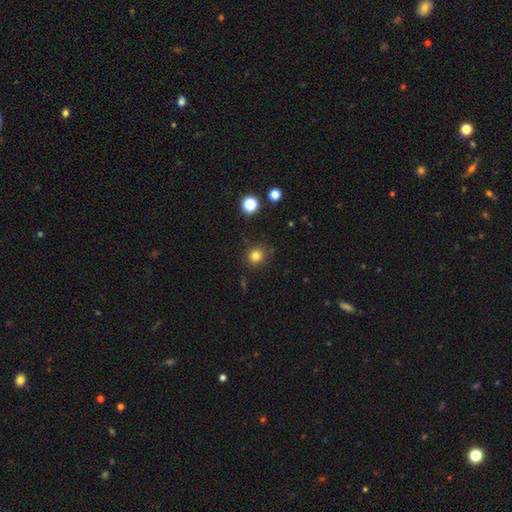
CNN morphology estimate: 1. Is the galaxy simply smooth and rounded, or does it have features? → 79% smooth, 14% star or artifact, 6% featured or disk.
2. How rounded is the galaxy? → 91% round, 8% in between, 1% cigar-shaped.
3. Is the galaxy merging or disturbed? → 87% none, 8% minor disturbance, 3% major disturbance, 2% merger.